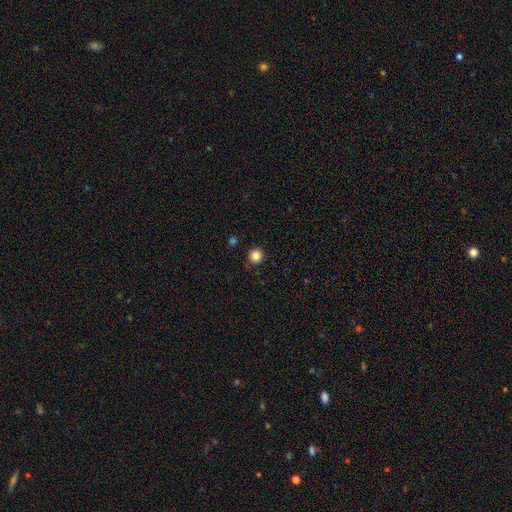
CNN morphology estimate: The model was most divided on "smooth or featured": smooth: 85%, star or artifact: 11%, featured or disk: 4%. More confident: how rounded — round (94%); merging — none (89%).